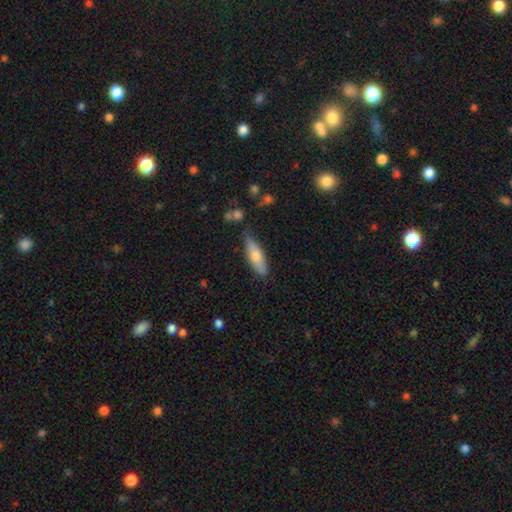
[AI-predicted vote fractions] smooth 64%, featured or disk 29%, star or artifact 7%. Down the decision tree: how rounded — cigar-shaped (58%); merging — none (80%).